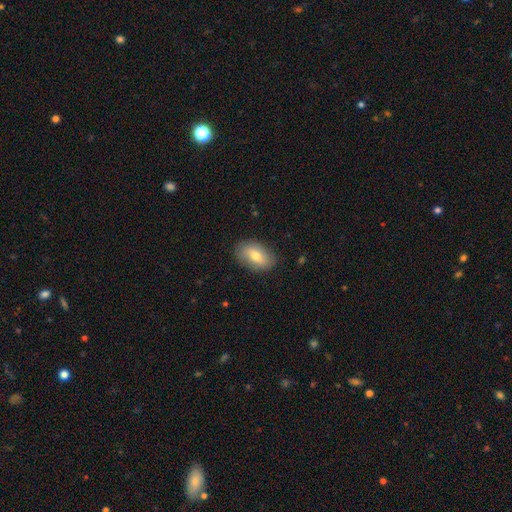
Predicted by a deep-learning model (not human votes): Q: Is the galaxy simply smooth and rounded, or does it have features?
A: smooth — 69%.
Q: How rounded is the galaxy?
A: in between — 89%.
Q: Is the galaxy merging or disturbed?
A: none — 85%.